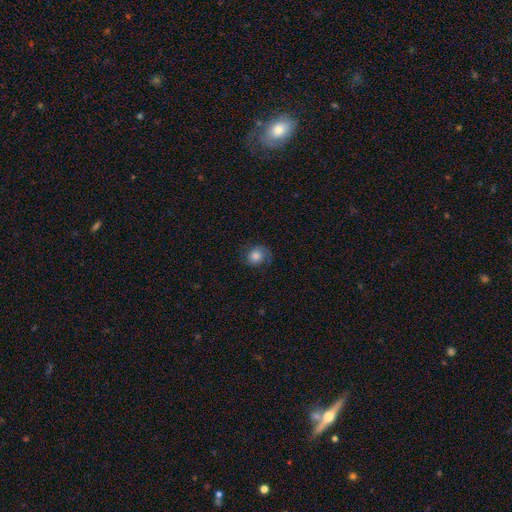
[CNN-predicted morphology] The model was most divided on "smooth or featured": smooth: 66%, featured or disk: 25%, star or artifact: 10%. More confident: how rounded — round (72%); merging — none (67%).